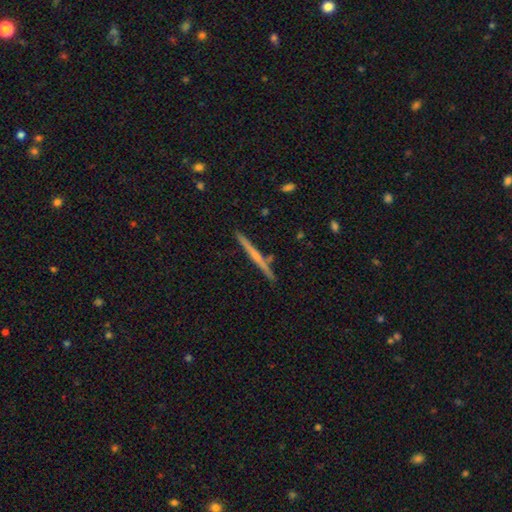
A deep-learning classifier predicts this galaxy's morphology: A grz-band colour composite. It shows a featured or disk galaxy (56%) viewed edge-on (98%) with no central bulge (73%). Merging: none (89%).